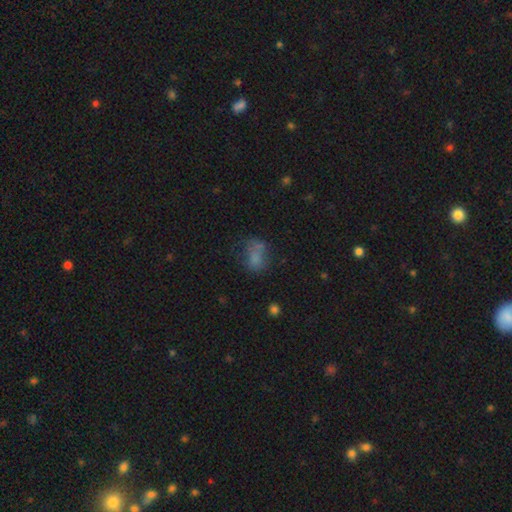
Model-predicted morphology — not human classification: smooth 65%, featured or disk 19%, star or artifact 16%. Down the decision tree: how rounded — in between (63%); merging — none (38%).